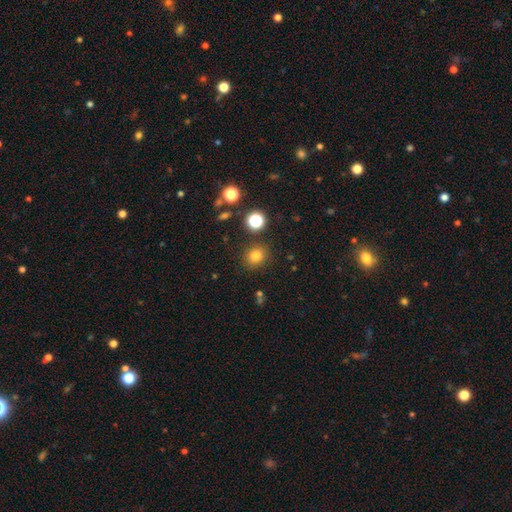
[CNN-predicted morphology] This is likely a smooth galaxy (78%). How rounded: likely round (79%). Merging: clearly none (86%).